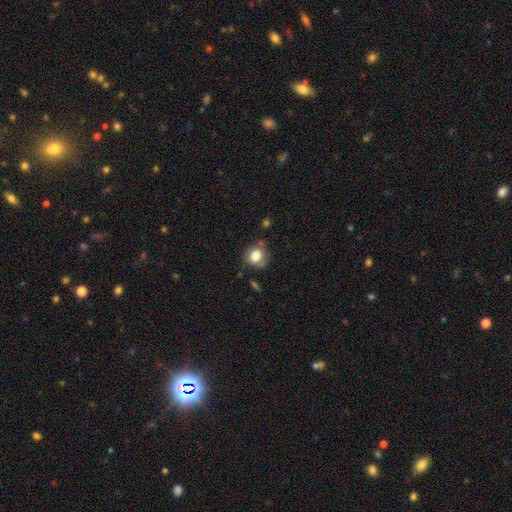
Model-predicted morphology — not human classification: Overall: smooth (79%). How rounded: round (75%). Merging: none (58%; minor disturbance 27%).